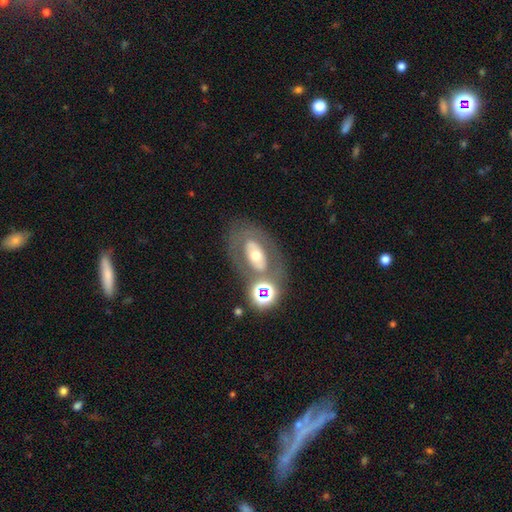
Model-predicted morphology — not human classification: A featured or disk galaxy (51%).

Vote fractions:
- Smooth or featured? featured or disk: 51% / smooth: 36% / star or artifact: 13%
- Edge-on disk? no: 91% / yes: 9%
- Merging? none: 61% / minor disturbance: 14% / merger: 13% / major disturbance: 11%